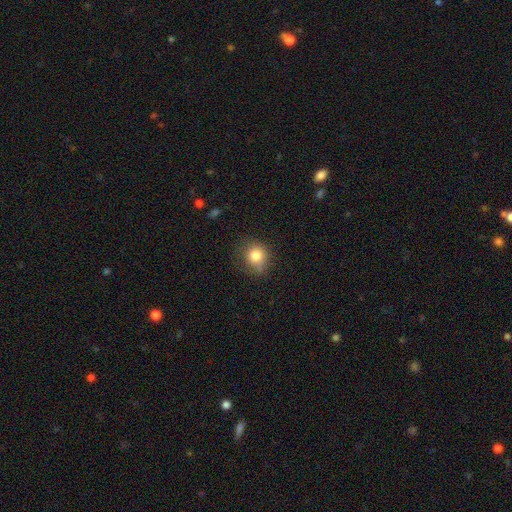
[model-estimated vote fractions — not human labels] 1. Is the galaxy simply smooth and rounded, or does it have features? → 81% smooth, 11% star or artifact, 9% featured or disk.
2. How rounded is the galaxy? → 77% round, 22% in between, 1% cigar-shaped.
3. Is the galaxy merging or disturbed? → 67% none, 25% minor disturbance, 7% major disturbance, 2% merger.